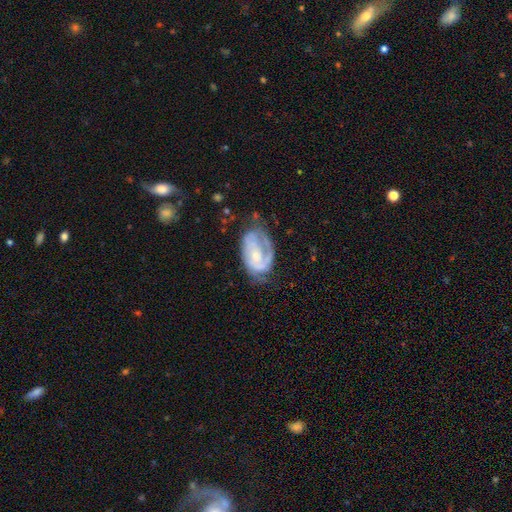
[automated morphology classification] featured or disk 77%, smooth 16%, star or artifact 7%. Down the decision tree: edge-on disk — no (96%); bar — no (57%); spiral arms — yes (88%); spiral arm count — 2 (46%); spiral winding — tight (52%); bulge size — small (57%); merging — none (55%).